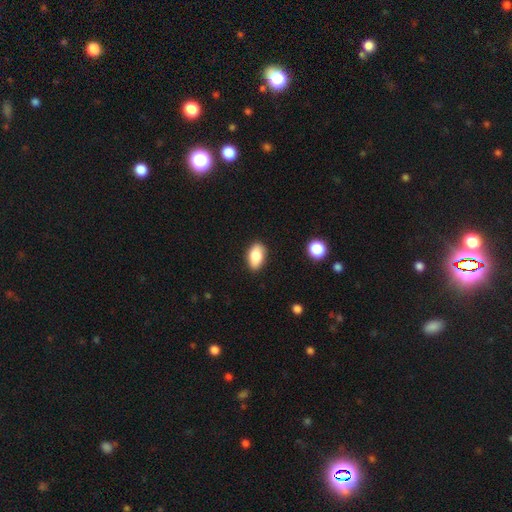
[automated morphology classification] Q: Smooth or featured?
A: smooth (83%); runner-up: featured or disk (10%)
Q: How rounded?
A: in between (91%); runner-up: round (6%)
Q: Merging?
A: none (86%); runner-up: minor disturbance (11%)